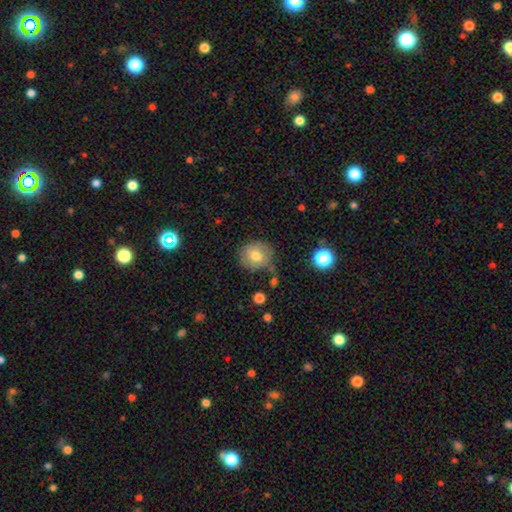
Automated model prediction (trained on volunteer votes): smooth-or-featured: smooth: 72% | featured or disk: 18% | star or artifact: 9%
  how-rounded: round: 82% | in between: 17% | cigar-shaped: 1%
  merging: none: 73% | minor disturbance: 17% | major disturbance: 5% | merger: 5%